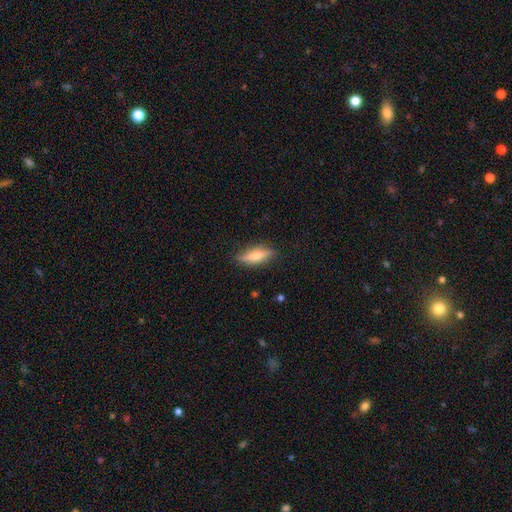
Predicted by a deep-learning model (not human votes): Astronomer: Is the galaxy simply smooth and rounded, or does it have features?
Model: smooth — 55% (runner-up: featured or disk, 38%).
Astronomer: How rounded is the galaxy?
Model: cigar-shaped — 53% (runner-up: in between, 44%).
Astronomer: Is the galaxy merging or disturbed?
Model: none — 84%.